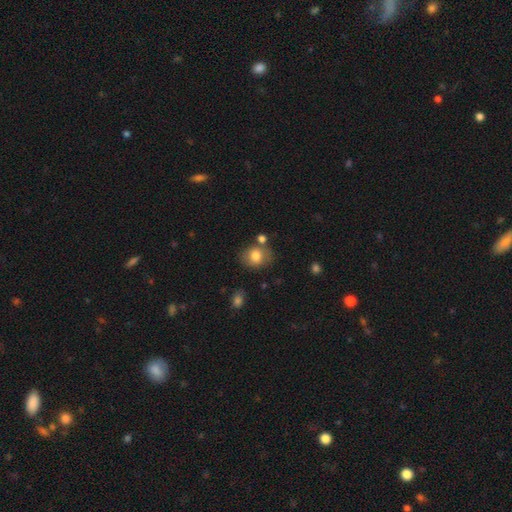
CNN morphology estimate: Smooth or featured? smooth (78%)
How rounded? round (59%)
Merging? none (71%)